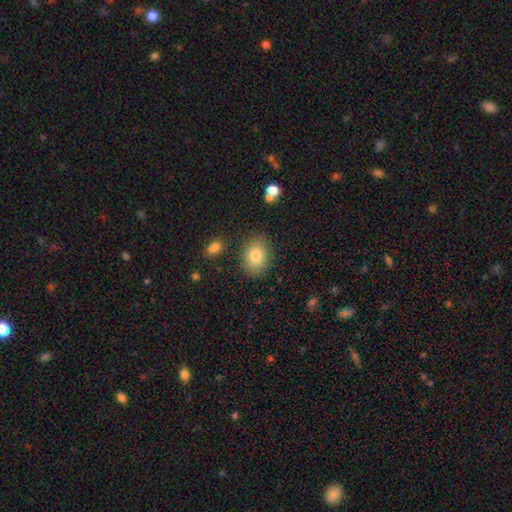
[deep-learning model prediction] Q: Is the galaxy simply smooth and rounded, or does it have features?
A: smooth — 80%.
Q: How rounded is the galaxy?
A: in between — 64%.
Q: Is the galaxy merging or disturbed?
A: none — 84%.